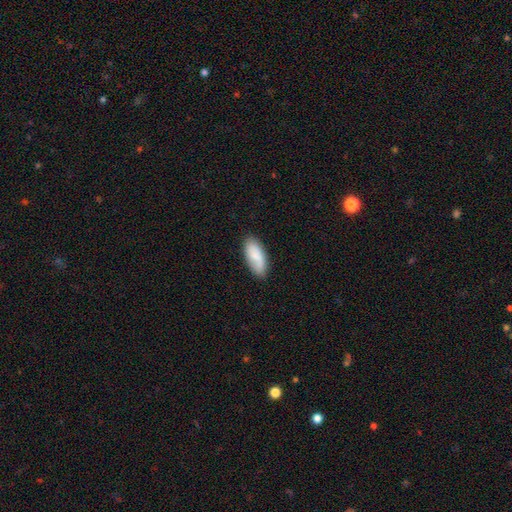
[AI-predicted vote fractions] Smooth or featured? Predicted: smooth (p=0.76). How rounded? Predicted: in between (p=0.87). Merging? Predicted: none (p=0.80).